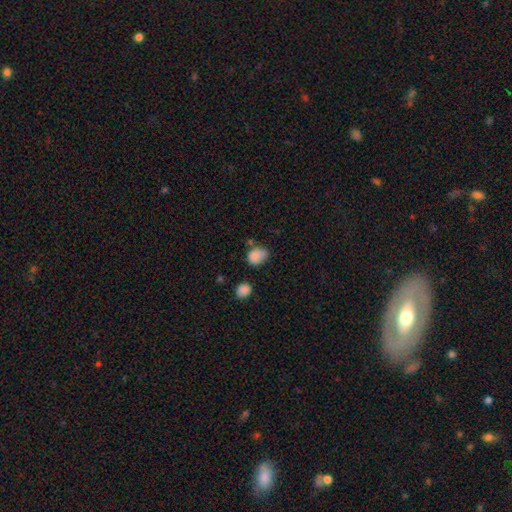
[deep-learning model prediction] A smooth galaxy with no disk features (83%) that is in between round and cigar-shaped (58%). Merging: none (48%).